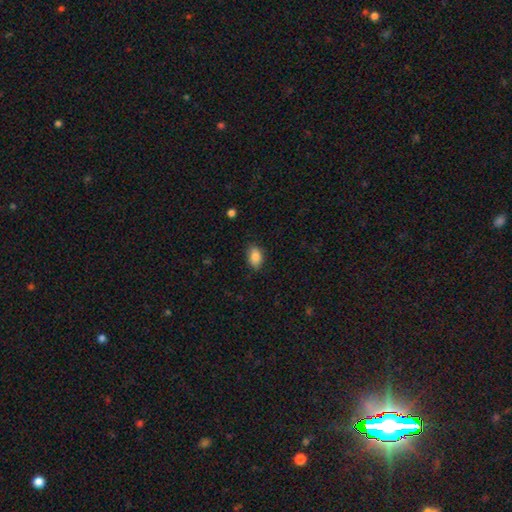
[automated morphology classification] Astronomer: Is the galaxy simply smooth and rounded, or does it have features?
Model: smooth — 87%.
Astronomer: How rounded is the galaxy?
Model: in between — 87%.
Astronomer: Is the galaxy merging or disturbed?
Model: none — 81%.